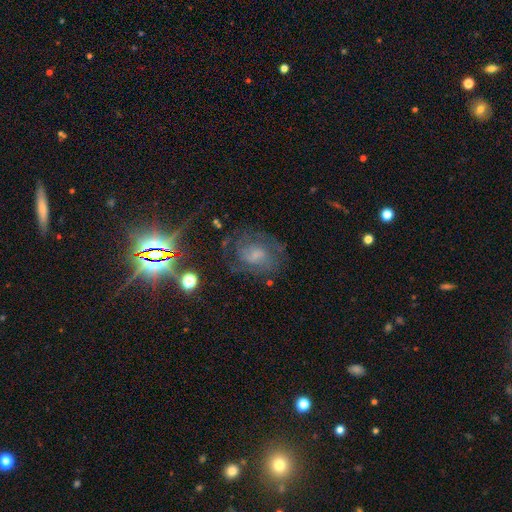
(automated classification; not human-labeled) This appears to be a featured or disk galaxy (59%) with no bar (53%), spiral arms (80%) and a small central bulge (37%). Merging: none (62%).